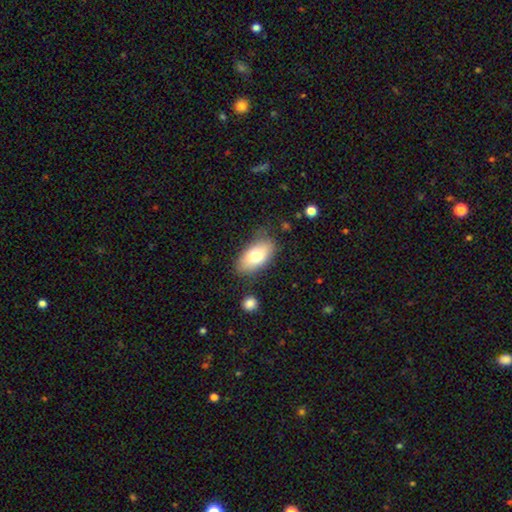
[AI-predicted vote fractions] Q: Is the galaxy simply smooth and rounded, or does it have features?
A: smooth — 76%.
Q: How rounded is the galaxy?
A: in between — 92%.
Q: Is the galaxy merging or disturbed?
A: none — 77%.